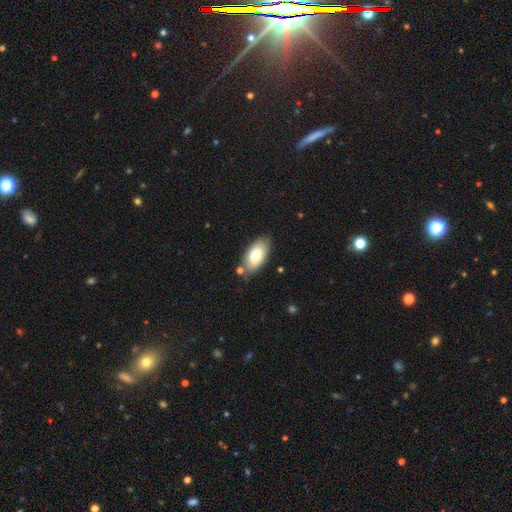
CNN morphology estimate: smooth-or-featured: smooth: 74% | featured or disk: 19% | star or artifact: 7%
  how-rounded: in between: 93% | cigar-shaped: 4% | round: 3%
  merging: none: 78% | minor disturbance: 13% | merger: 6% | major disturbance: 3%